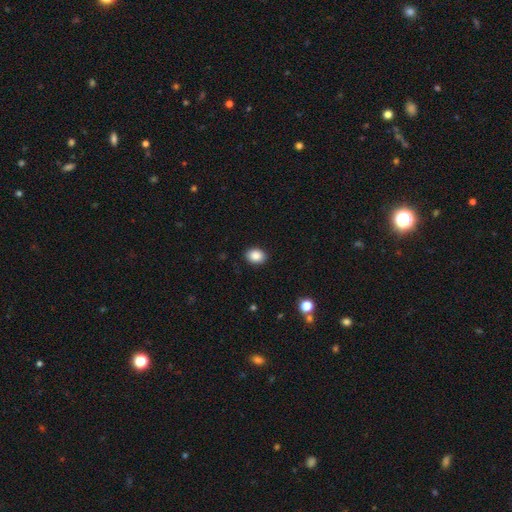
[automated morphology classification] smooth_or_featured: smooth (p=0.87) [alt: star or artifact p=0.09]
how_rounded: in between (p=0.63) [alt: round p=0.36]
merging: none (p=0.90) [alt: minor disturbance p=0.07]